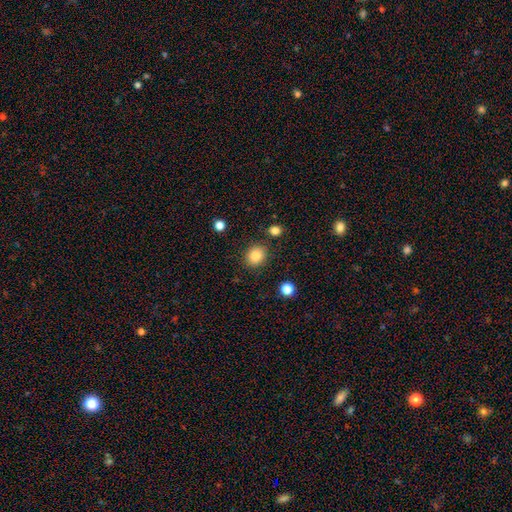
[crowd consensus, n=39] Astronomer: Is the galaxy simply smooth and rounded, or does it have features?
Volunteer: smooth — 77%.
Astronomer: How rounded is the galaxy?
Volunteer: round — 83%.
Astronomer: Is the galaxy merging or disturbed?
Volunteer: none — 94%.